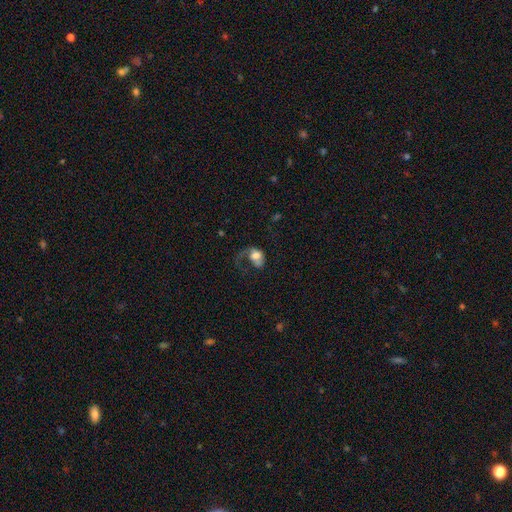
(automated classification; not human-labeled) Q: Smooth or featured?
A: featured or disk (46%); tied with: smooth (46%)
Q: Merging?
A: major disturbance (58%); runner-up: none (23%)